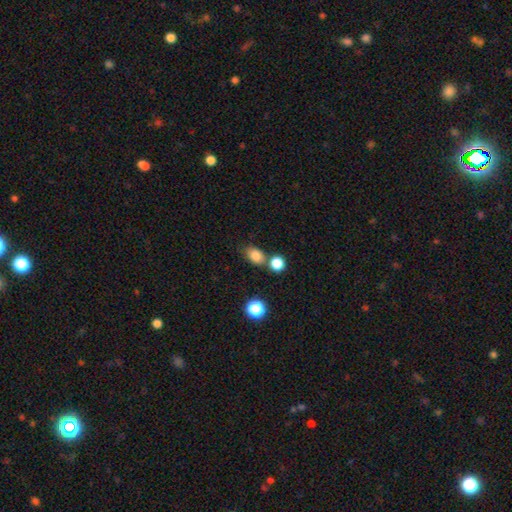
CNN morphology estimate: Smooth or featured? smooth (83%)
How rounded? in between (68%)
Merging? none (62%)